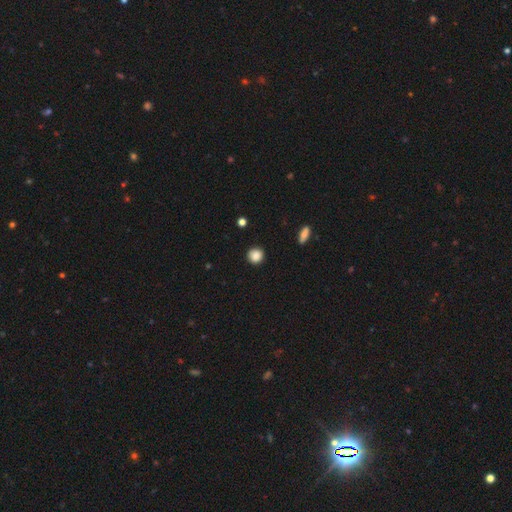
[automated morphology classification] Smooth or featured? smooth (88%)
How rounded? round (93%)
Merging? none (91%)